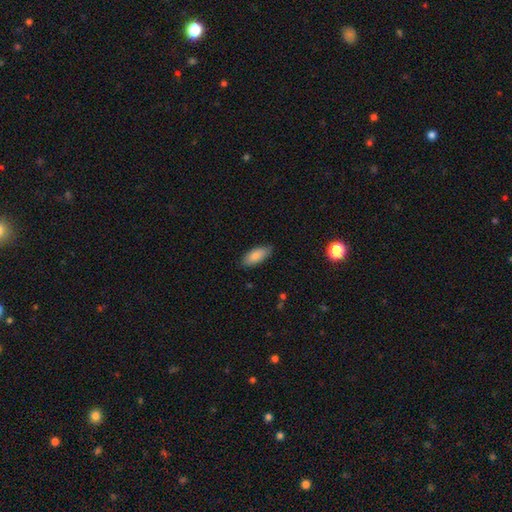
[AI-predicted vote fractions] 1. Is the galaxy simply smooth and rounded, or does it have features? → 86% smooth, 8% featured or disk, 6% star or artifact.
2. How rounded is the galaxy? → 84% in between, 14% cigar-shaped, 2% round.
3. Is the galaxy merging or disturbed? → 81% none, 15% minor disturbance, 2% major disturbance, 1% merger.